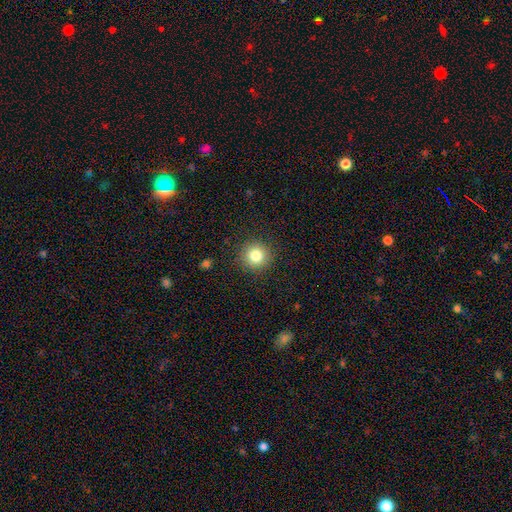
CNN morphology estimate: The model was most divided on "smooth or featured": smooth: 82%, star or artifact: 11%, featured or disk: 7%. More confident: how rounded — round (94%); merging — none (90%).